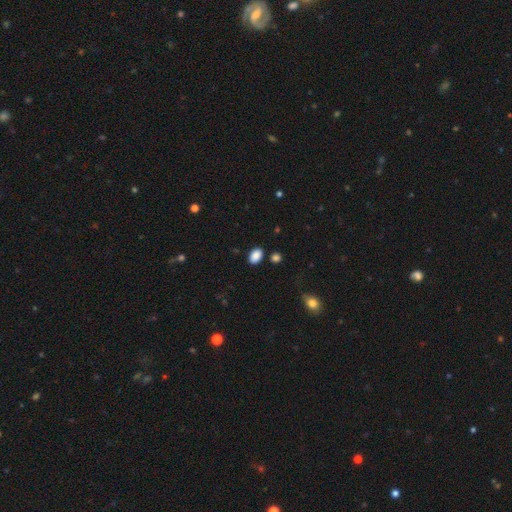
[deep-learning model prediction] smooth 88%, star or artifact 9%, featured or disk 4%. Down the decision tree: how rounded — in between (86%); merging — none (85%).